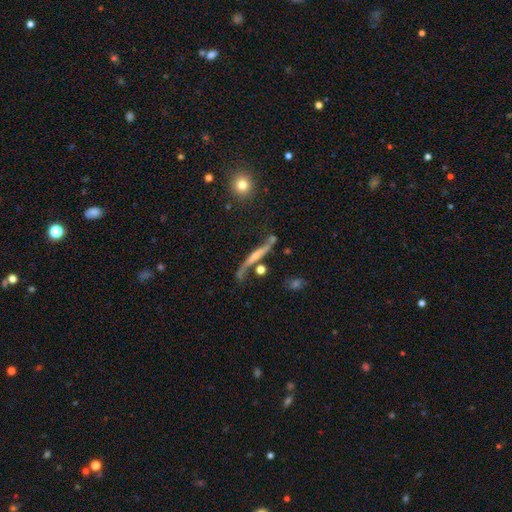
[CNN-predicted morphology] A featured or disk galaxy (75%) viewed edge-on (67%). Merging: none (53%).